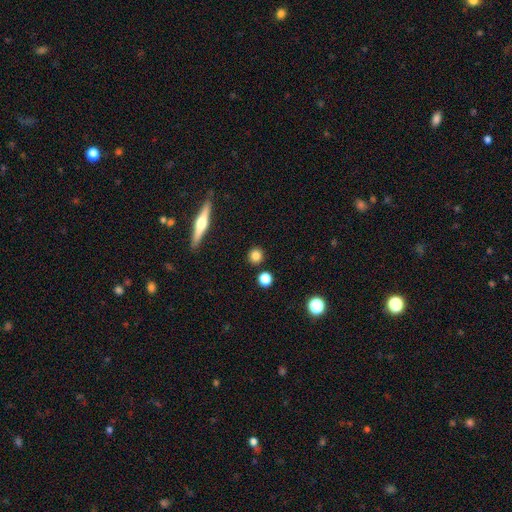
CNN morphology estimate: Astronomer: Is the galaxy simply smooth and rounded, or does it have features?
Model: smooth — 82%.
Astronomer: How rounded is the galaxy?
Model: round — 91%.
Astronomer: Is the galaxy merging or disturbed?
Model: none — 88%.